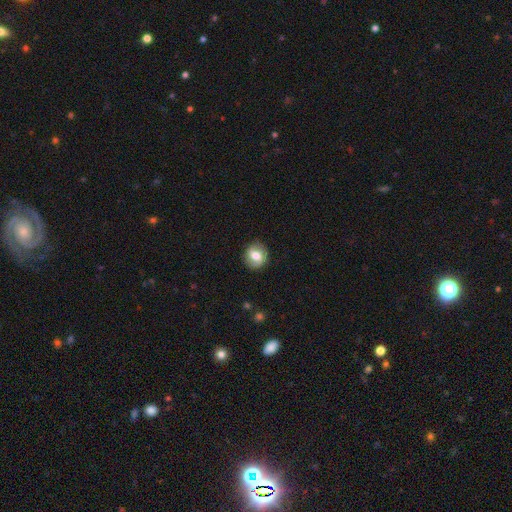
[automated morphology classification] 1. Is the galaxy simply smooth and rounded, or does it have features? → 58% smooth, 33% featured or disk, 8% star or artifact.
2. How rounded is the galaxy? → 79% round, 20% in between, 1% cigar-shaped.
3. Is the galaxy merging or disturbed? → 85% none, 11% minor disturbance, 3% major disturbance, 1% merger.